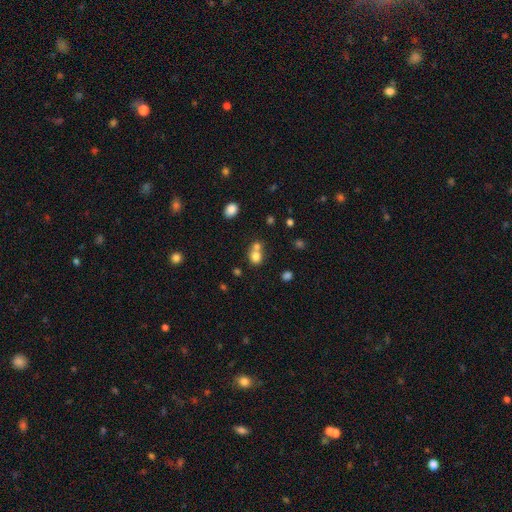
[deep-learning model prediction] smooth 77%, star or artifact 12%, featured or disk 11%. Down the decision tree: how rounded — round (69%); merging — merger (54%).